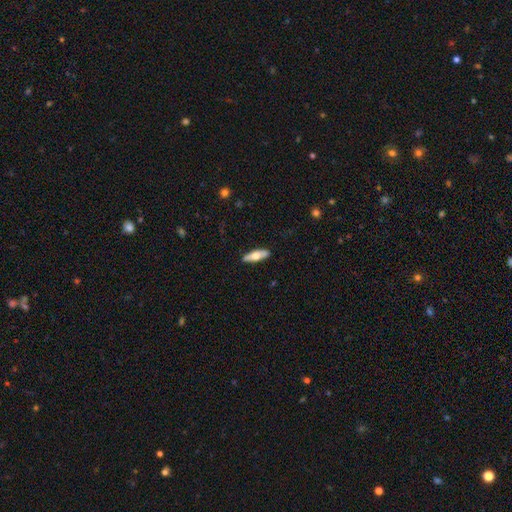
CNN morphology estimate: smooth 54%, featured or disk 40%, star or artifact 5%. Down the decision tree: how rounded — cigar-shaped (51%); merging — none (87%).